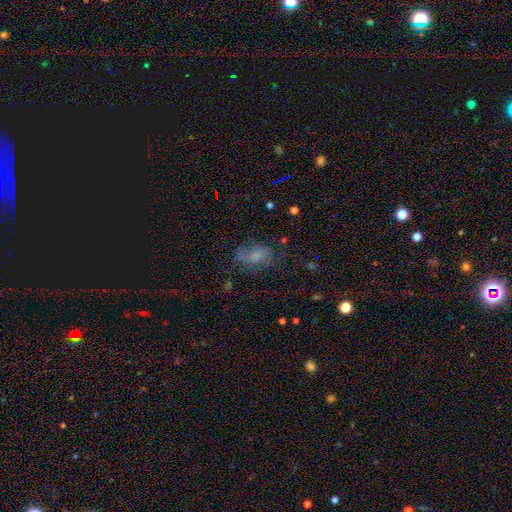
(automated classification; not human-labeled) Overall: smooth (56%; featured or disk 28%). How rounded: in between (81%). Merging: none (53%; minor disturbance 24%).